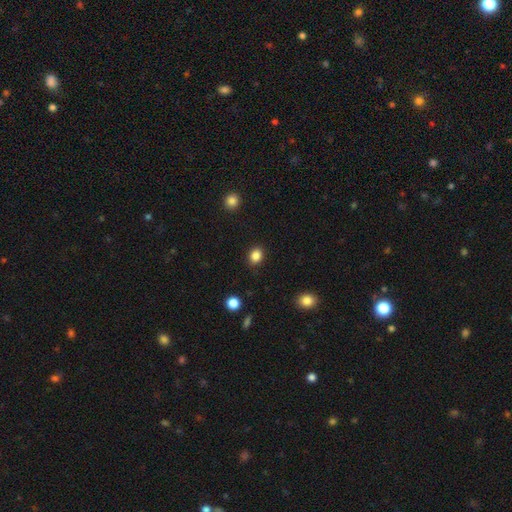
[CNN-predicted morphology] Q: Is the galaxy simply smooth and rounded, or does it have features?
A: smooth — 86%.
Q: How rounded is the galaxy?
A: round — 51%.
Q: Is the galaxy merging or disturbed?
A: none — 87%.